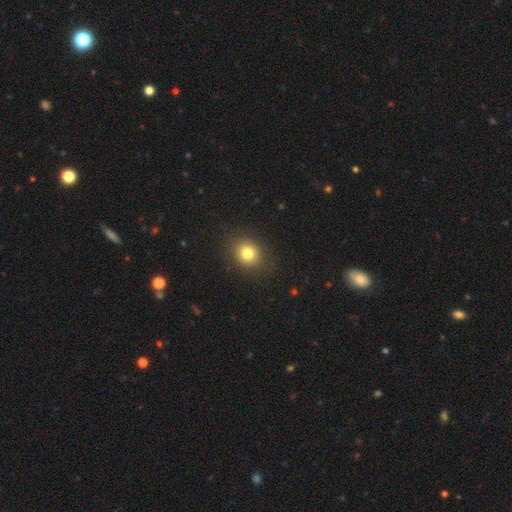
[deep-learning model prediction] This is likely a smooth galaxy (70%). How rounded: likely round (75%). Merging: clearly none (91%).